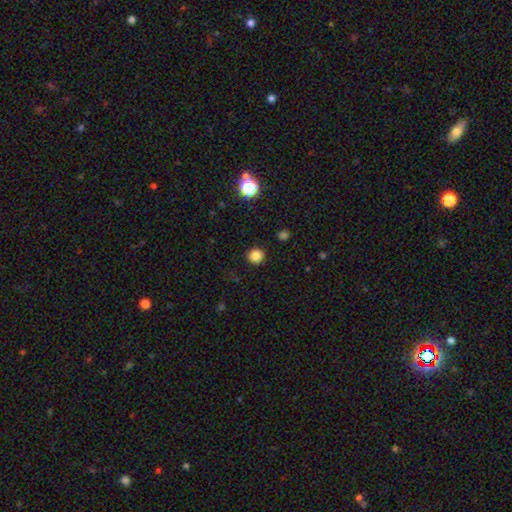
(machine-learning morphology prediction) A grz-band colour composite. It shows a smooth galaxy with no disk features (83%) that is round (92%). Merging: none (92%).